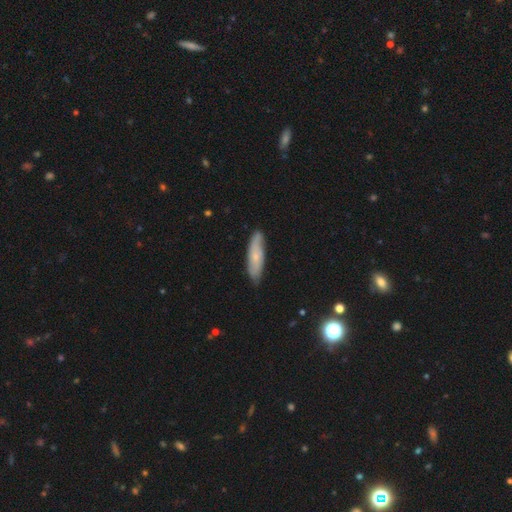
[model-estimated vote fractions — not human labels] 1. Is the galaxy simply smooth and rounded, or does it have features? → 56% smooth, 38% featured or disk, 6% star or artifact.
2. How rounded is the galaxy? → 65% cigar-shaped, 33% in between, 2% round.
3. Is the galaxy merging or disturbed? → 81% none, 15% minor disturbance, 2% major disturbance, 1% merger.